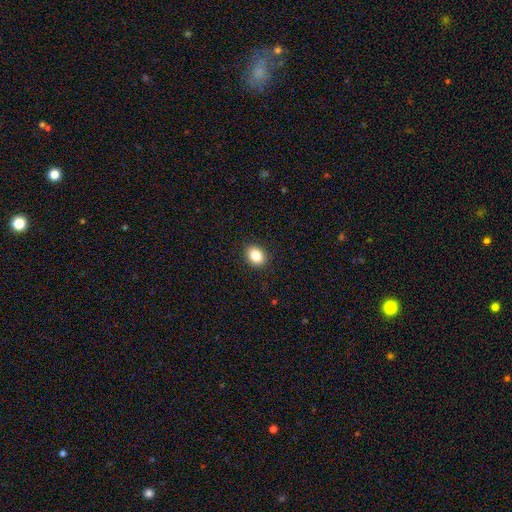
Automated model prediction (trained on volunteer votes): smooth-or-featured: smooth: 86% | star or artifact: 9% | featured or disk: 6%
  how-rounded: in between: 61% | round: 38% | cigar-shaped: 1%
  merging: none: 90% | minor disturbance: 7% | major disturbance: 2% | merger: 1%